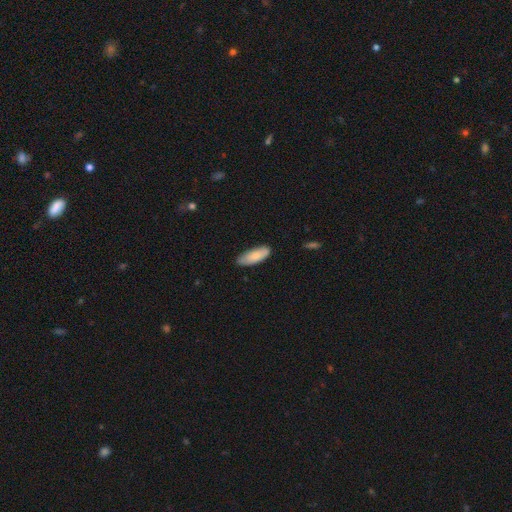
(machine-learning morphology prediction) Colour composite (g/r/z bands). It shows a smooth galaxy with no disk features (80%) that is in between round and cigar-shaped (72%). Merging: none (79%).